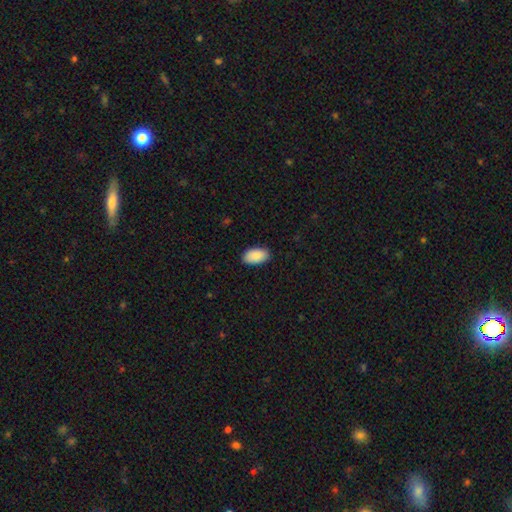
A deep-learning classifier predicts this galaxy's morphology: The model was most divided on "merging": none: 88%, minor disturbance: 9%, major disturbance: 2%, merger: 1%. More confident: how rounded — in between (96%); smooth or featured — smooth (91%).